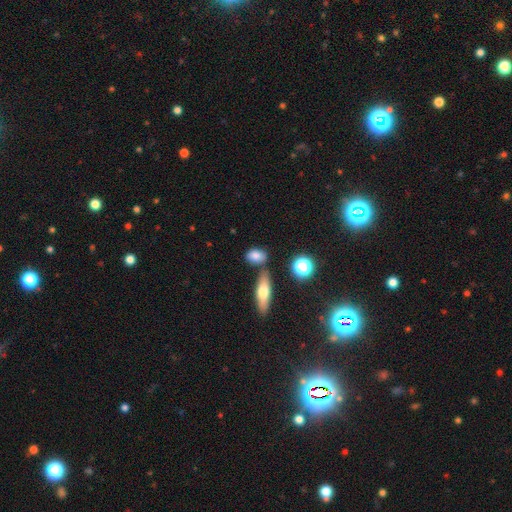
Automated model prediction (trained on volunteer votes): Overall: smooth (78%). How rounded: in between (76%). Merging: none (67%).